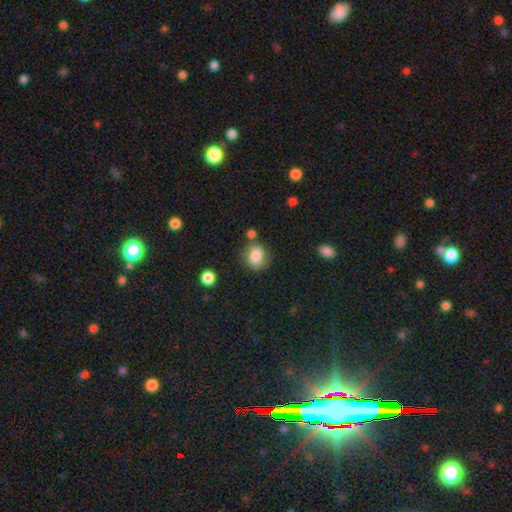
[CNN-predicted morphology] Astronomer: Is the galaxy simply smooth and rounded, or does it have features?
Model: smooth — 80%.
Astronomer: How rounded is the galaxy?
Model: round — 61% (runner-up: in between, 38%).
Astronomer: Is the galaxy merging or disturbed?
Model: none — 67%.